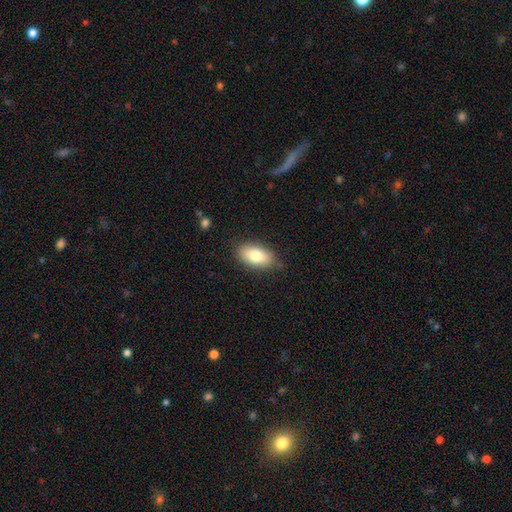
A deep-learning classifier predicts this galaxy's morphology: Smooth or featured: smooth — 81% (featured or disk — 12%)
How rounded: in between — 92% (round — 4%)
Merging: none — 82% (minor disturbance — 14%)